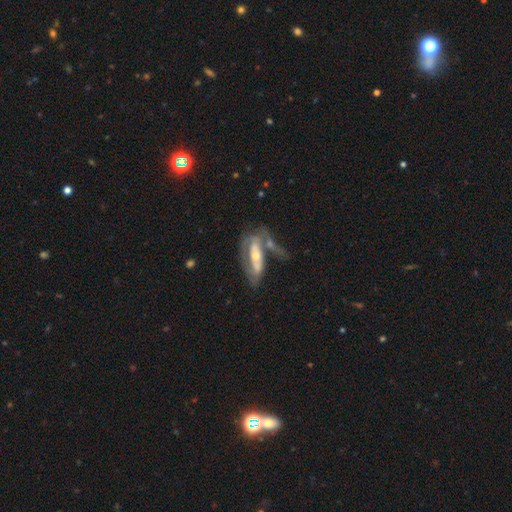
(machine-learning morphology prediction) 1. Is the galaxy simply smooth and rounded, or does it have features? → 68% featured or disk, 26% smooth, 6% star or artifact.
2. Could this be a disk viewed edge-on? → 79% no, 21% yes.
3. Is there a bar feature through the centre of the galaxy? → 55% no, 23% weak, 22% strong.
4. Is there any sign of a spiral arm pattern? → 57% yes, 43% no.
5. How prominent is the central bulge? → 58% moderate, 32% small, 6% large, 2% none, 1% dominant.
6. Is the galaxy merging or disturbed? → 33% merger, 32% none, 18% major disturbance, 17% minor disturbance.